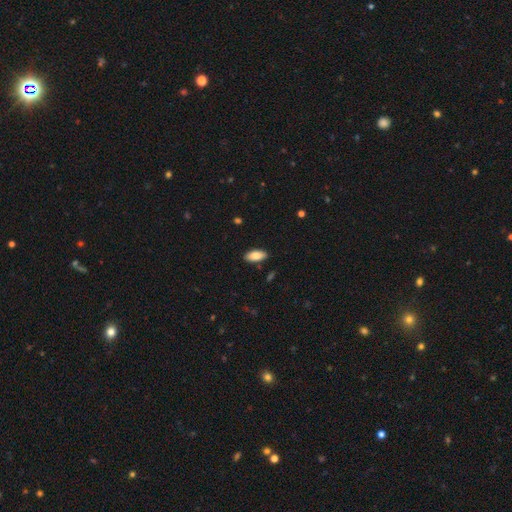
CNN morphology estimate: smooth 85%, featured or disk 9%, star or artifact 6%. Down the decision tree: how rounded — in between (89%); merging — none (88%).